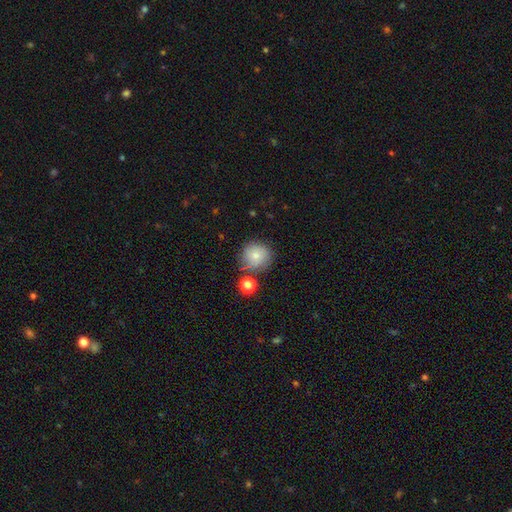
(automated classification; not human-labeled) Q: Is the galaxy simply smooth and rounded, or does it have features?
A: smooth — 78%.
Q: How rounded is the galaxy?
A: round — 91%.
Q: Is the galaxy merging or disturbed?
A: none — 71%.